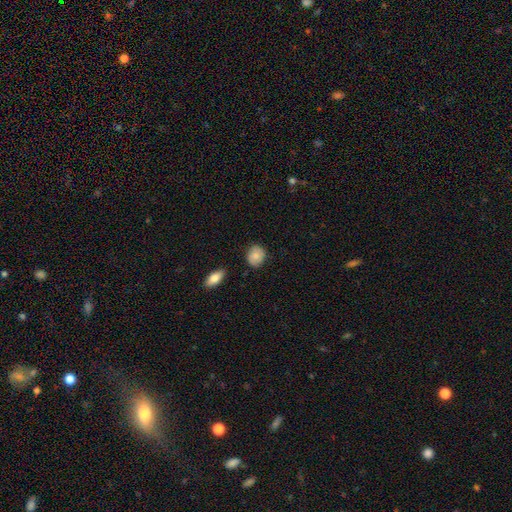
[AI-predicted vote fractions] Overall: smooth (81%). How rounded: round (60%; in between 39%). Merging: none (82%).